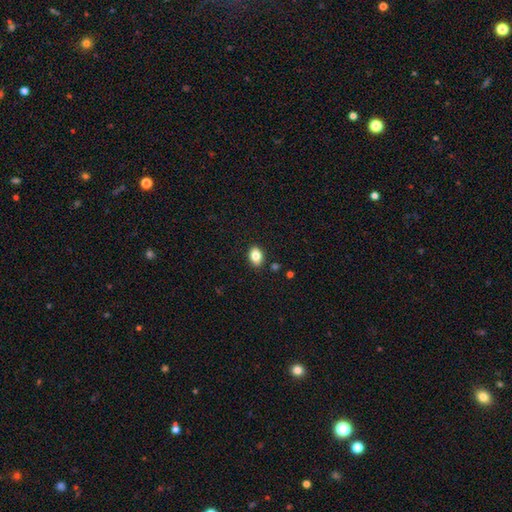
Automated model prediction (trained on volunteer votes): A smooth galaxy with no disk features (83%) that is in between round and cigar-shaped (79%).

Vote fractions:
- Smooth or featured? smooth: 83% / star or artifact: 9% / featured or disk: 8%
- How rounded? in between: 79% / round: 20% / cigar-shaped: 1%
- Merging? none: 88% / minor disturbance: 8% / major disturbance: 2% / merger: 2%